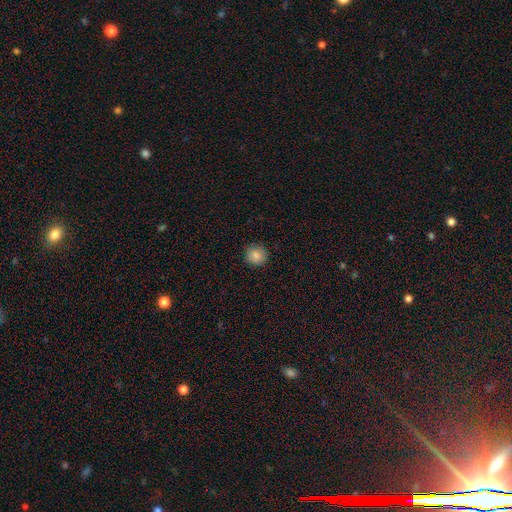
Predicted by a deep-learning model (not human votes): Smooth or featured?
  - smooth: 86% *
  - star or artifact: 9%
  - featured or disk: 5%
How rounded?
  - round: 91% *
  - in between: 8%
  - cigar-shaped: 1%
Merging?
  - none: 89% *
  - minor disturbance: 8%
  - major disturbance: 2%
  - merger: 1%